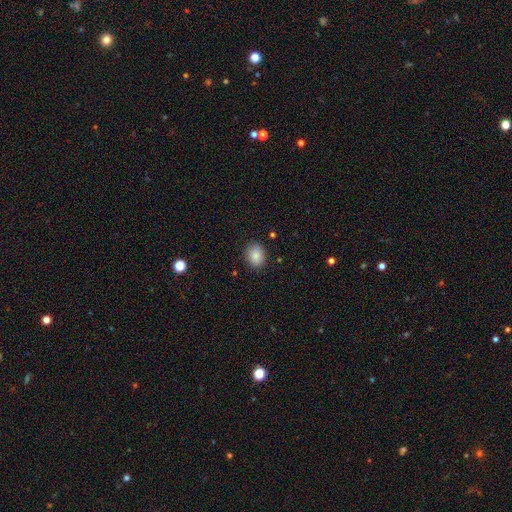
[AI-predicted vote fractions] A smooth galaxy with no disk features (86%) that is round (50%).

Vote fractions:
- Smooth or featured? smooth: 86% / star or artifact: 9% / featured or disk: 5%
- How rounded? round: 50% / in between: 49% / cigar-shaped: 1%
- Merging? none: 86% / minor disturbance: 10% / major disturbance: 3% / merger: 1%